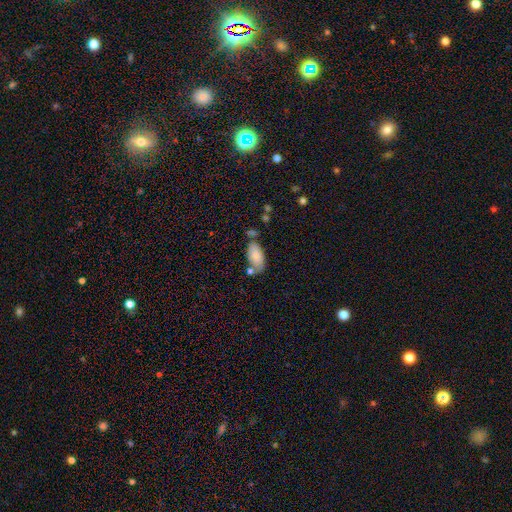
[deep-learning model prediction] This is clearly a smooth galaxy (83%). How rounded: clearly in between (94%). Merging: likely none (60%).